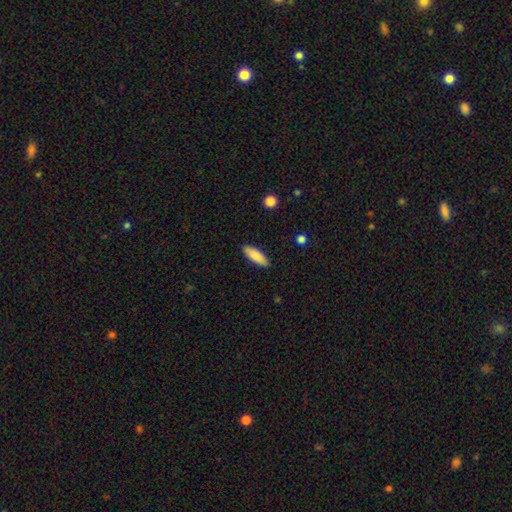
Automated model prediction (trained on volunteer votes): This is clearly a smooth galaxy (85%). How rounded: likely in between (61%). Merging: clearly none (89%).